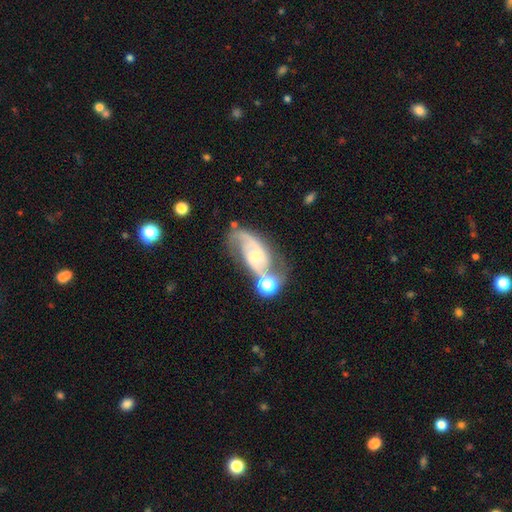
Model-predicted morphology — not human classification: Smooth or featured? featured or disk (83%)
Edge-on disk? no (96%)
Bar? no (51%)
Spiral arms? yes (95%)
Spiral winding? medium (49%)
Spiral arm count? 2 (86%)
Bulge size? small (54%)
Merging? none (48%)